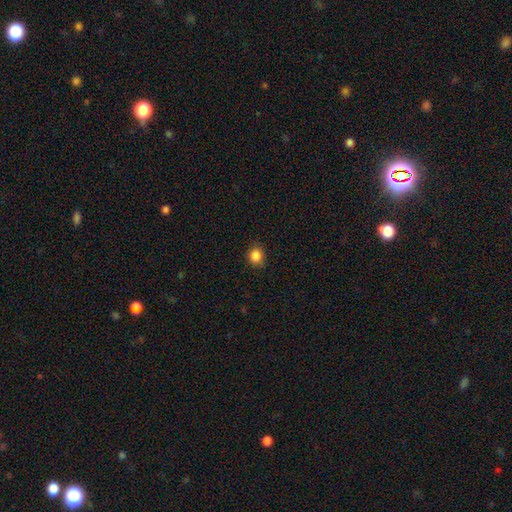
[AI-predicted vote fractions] smooth-or-featured: smooth: 86% | star or artifact: 11% | featured or disk: 4%
  how-rounded: round: 75% | in between: 24% | cigar-shaped: 1%
  merging: none: 83% | minor disturbance: 13% | major disturbance: 3% | merger: 1%